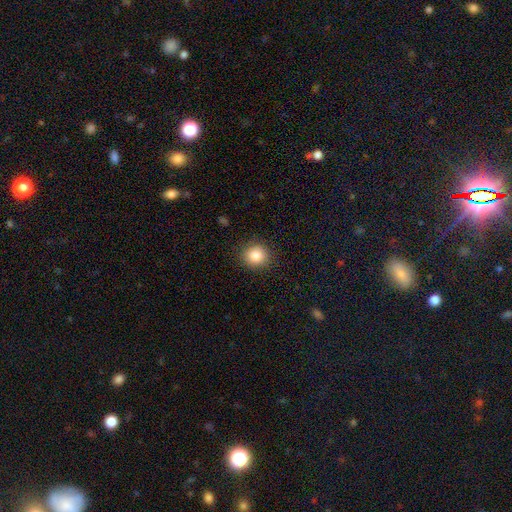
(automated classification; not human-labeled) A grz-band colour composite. It shows a smooth galaxy with no disk features (85%) that is round (84%). Merging: none (89%).